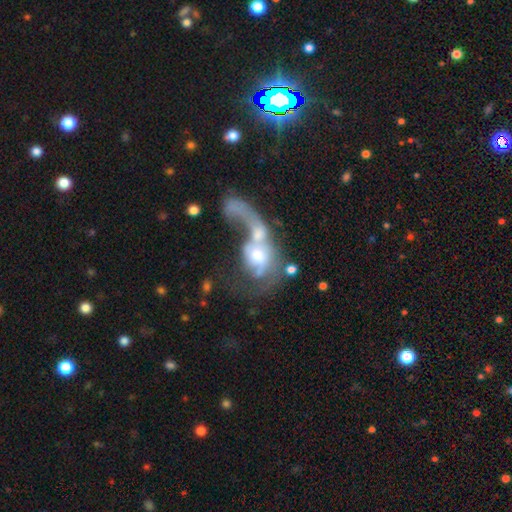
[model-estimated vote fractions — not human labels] Smooth or featured? Predicted: featured or disk (p=0.55). Edge-on disk? Predicted: no (p=0.95). Bar? Predicted: no (p=0.73). Spiral arms? Predicted: yes (p=0.52). Bulge size? Predicted: moderate (p=0.51). Merging? Predicted: merger (p=0.58).